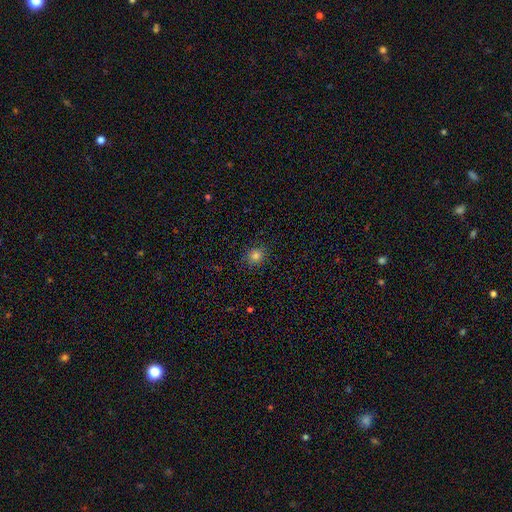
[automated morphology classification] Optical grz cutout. It shows a smooth galaxy with no disk features (80%) that is round (85%). Merging: none (89%).